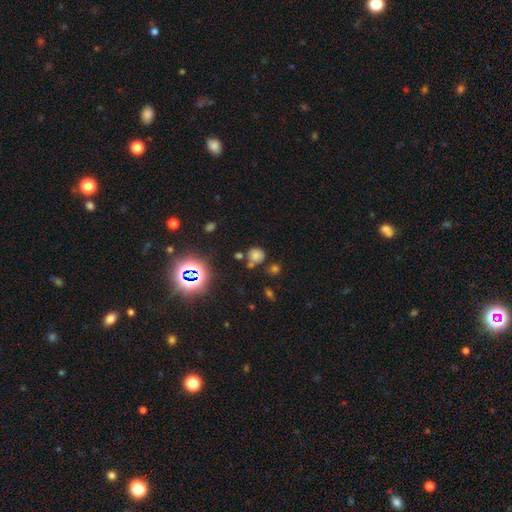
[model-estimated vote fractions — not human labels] This is likely a smooth galaxy (64%). How rounded: clearly round (81%). Merging: possibly none (58%).